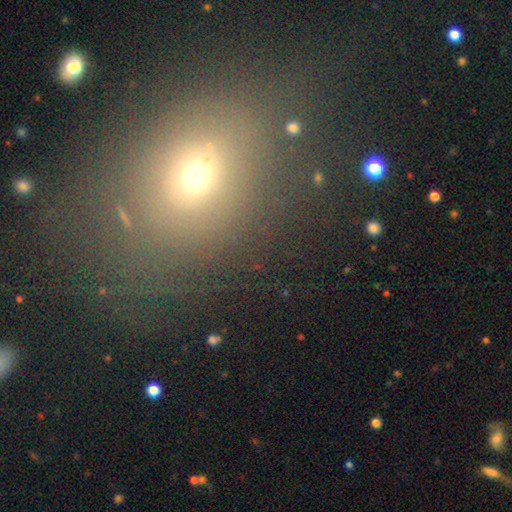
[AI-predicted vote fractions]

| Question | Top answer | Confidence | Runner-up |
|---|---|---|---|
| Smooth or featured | smooth | 52% | star or artifact (34%) |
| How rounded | in between | 60% | round (37%) |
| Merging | none | 72% | minor disturbance (13%) |